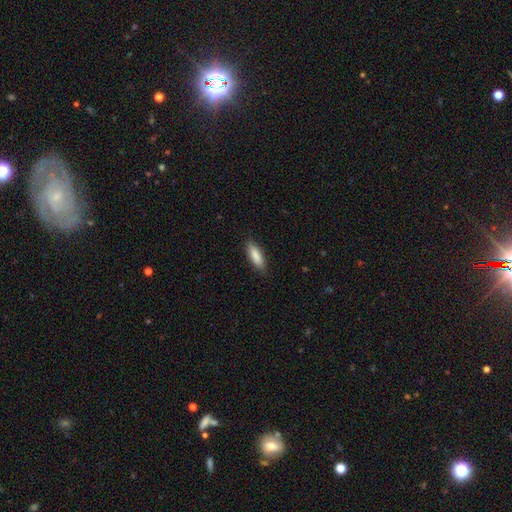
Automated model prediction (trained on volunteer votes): A smooth galaxy with no disk features (86%) that is in between round and cigar-shaped (51%). Merging: none (86%).